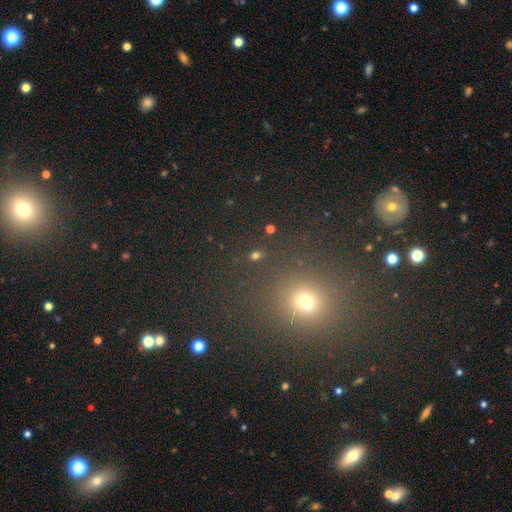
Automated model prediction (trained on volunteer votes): smooth_or_featured: smooth (p=0.52) [alt: star or artifact p=0.41]
how_rounded: round (p=0.74) [alt: in between p=0.23]
merging: none (p=0.81) [alt: minor disturbance p=0.08]